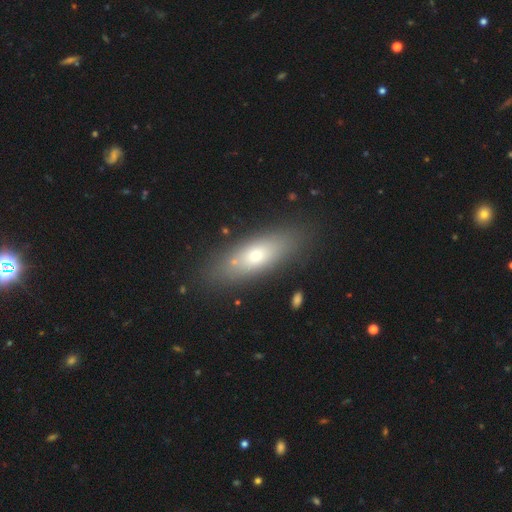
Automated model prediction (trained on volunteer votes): smooth 68%, featured or disk 24%, star or artifact 8%. Down the decision tree: how rounded — in between (62%); merging — none (80%).